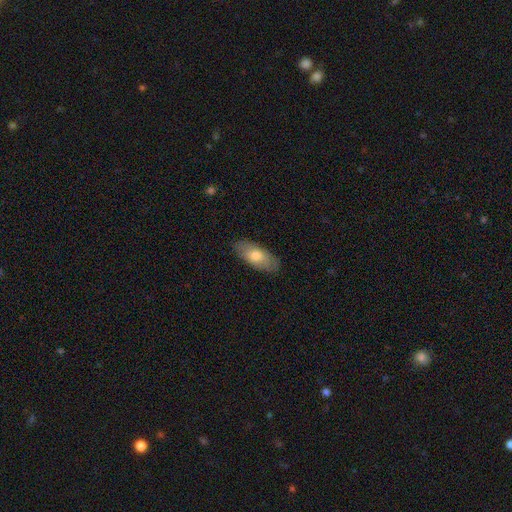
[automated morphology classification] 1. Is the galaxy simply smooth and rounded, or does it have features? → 69% smooth, 25% featured or disk, 6% star or artifact.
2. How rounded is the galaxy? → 87% in between, 10% cigar-shaped, 3% round.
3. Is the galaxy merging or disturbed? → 83% none, 14% minor disturbance, 3% major disturbance, 1% merger.